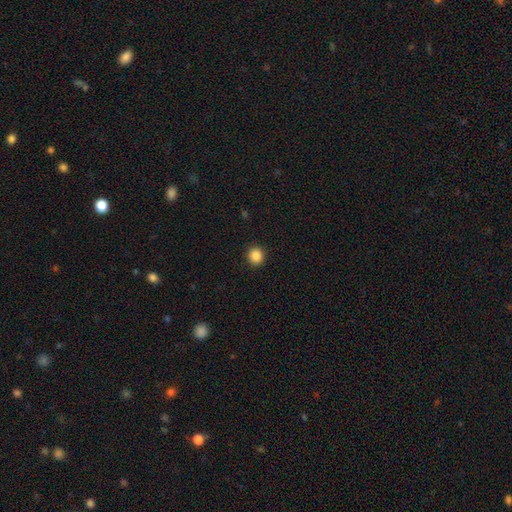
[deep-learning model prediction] smooth-or-featured: smooth: 86% | star or artifact: 10% | featured or disk: 3%
  how-rounded: round: 91% | in between: 8% | cigar-shaped: 1%
  merging: none: 93% | minor disturbance: 5% | major disturbance: 2% | merger: 1%